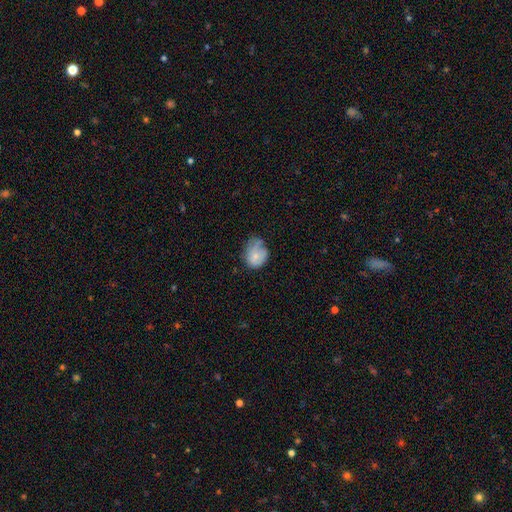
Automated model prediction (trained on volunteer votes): Smooth or featured? smooth (71%)
How rounded? in between (54%)
Merging? minor disturbance (41%)